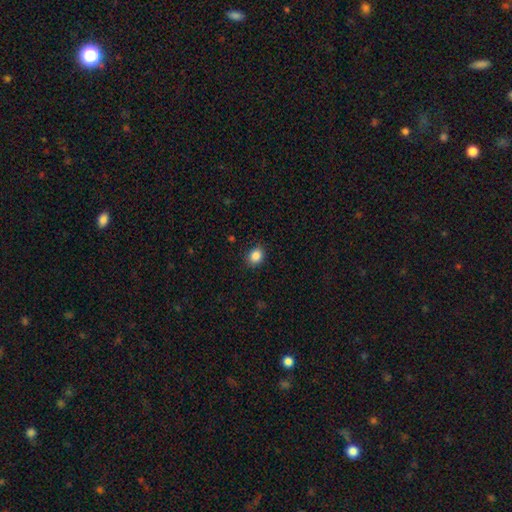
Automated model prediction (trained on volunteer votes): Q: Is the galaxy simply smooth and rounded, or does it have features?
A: smooth — 87%.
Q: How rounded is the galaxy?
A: round — 51%.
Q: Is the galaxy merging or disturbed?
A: none — 87%.